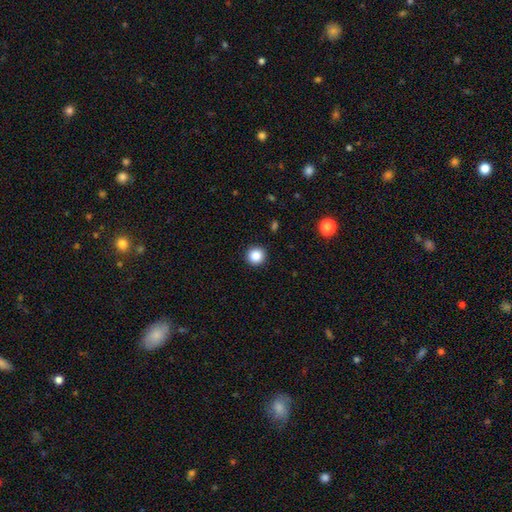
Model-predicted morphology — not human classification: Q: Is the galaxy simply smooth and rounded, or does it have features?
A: smooth — 87%.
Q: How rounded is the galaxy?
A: round — 94%.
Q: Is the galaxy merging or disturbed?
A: none — 92%.